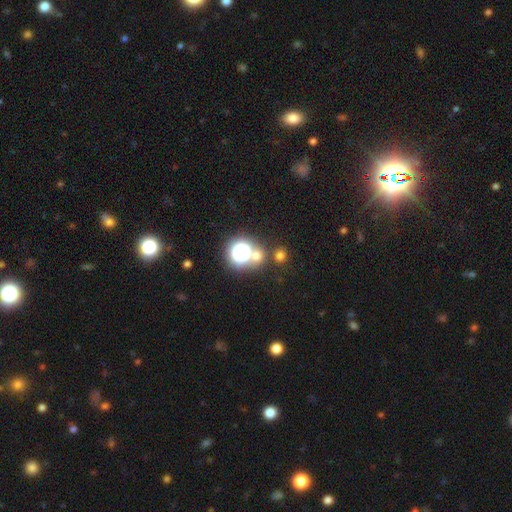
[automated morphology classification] smooth-or-featured: smooth: 56% | star or artifact: 36% | featured or disk: 8%
  how-rounded: round: 87% | in between: 12% | cigar-shaped: 1%
  merging: none: 68% | merger: 21% | minor disturbance: 7% | major disturbance: 4%